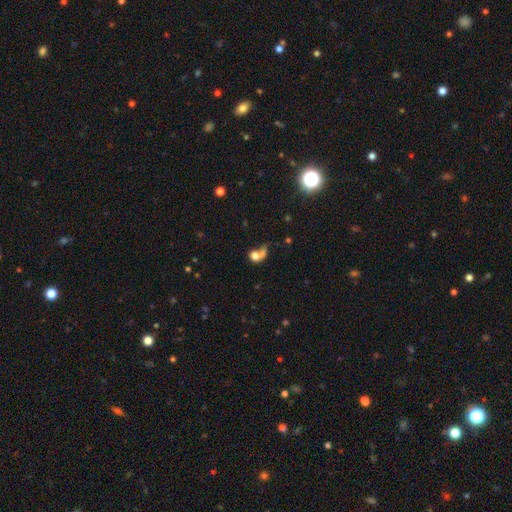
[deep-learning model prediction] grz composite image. It shows a smooth galaxy with no disk features (69%) that is round (52%). Merging: merger (47%).